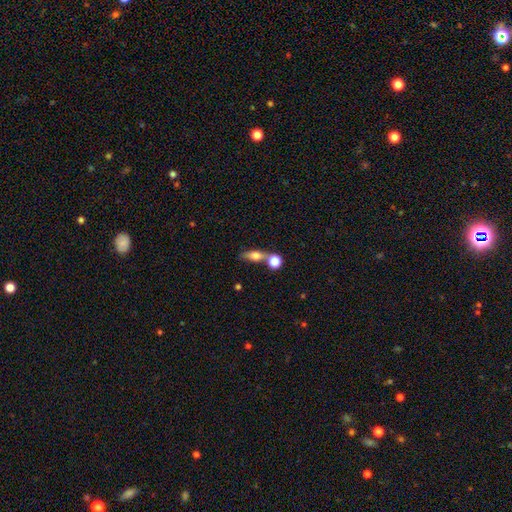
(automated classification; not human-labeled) Smooth or featured?
  - smooth: 63% *
  - featured or disk: 26%
  - star or artifact: 10%
How rounded?
  - in between: 54% *
  - cigar-shaped: 28%
  - round: 18%
Merging?
  - none: 52% *
  - merger: 31%
  - minor disturbance: 12%
  - major disturbance: 6%